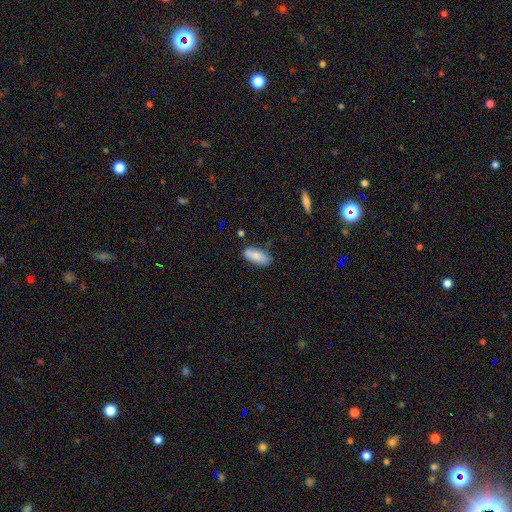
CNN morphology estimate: Smooth or featured?
  - smooth: 81% *
  - featured or disk: 12%
  - star or artifact: 7%
How rounded?
  - in between: 84% *
  - cigar-shaped: 14%
  - round: 2%
Merging?
  - none: 74% *
  - minor disturbance: 19%
  - merger: 3%
  - major disturbance: 3%